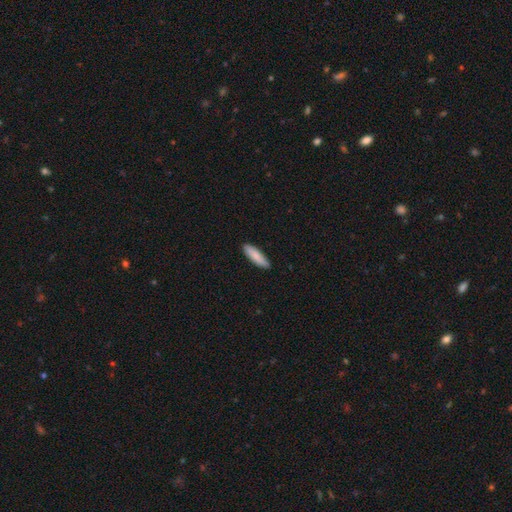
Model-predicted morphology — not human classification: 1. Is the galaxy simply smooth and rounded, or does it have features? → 85% smooth, 9% featured or disk, 5% star or artifact.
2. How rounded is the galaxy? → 62% cigar-shaped, 37% in between, 2% round.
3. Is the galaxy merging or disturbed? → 89% none, 9% minor disturbance, 1% major disturbance, 1% merger.